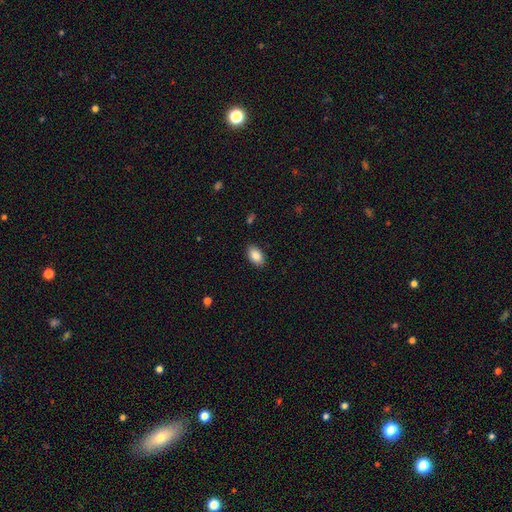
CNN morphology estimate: A smooth galaxy with no disk features (87%) that is in between round and cigar-shaped (93%). Merging: none (88%).